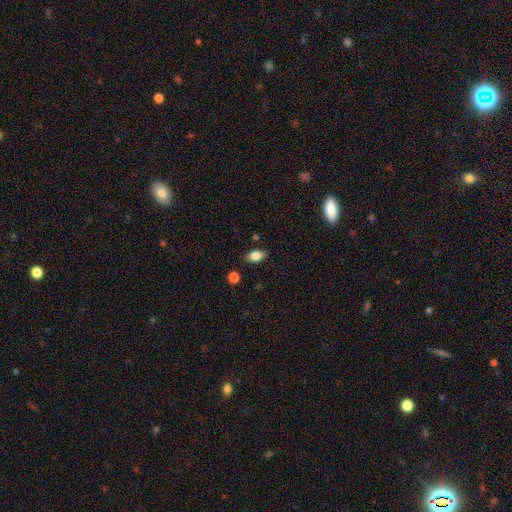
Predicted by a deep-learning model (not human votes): This appears to be a smooth galaxy with no disk features (84%) that is in between round and cigar-shaped (86%). Merging: none (82%).